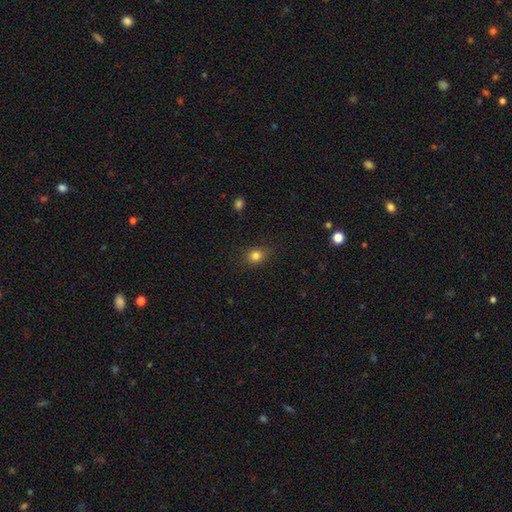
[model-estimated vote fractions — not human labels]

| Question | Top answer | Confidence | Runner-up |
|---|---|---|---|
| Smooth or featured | smooth | 82% | star or artifact (12%) |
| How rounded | round | 60% | in between (39%) |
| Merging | none | 84% | minor disturbance (12%) |